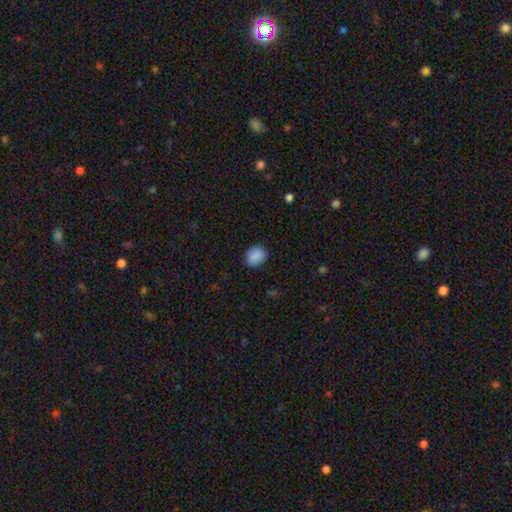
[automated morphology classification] A smooth galaxy with no disk features (88%) that is round (64%). Merging: none (84%).